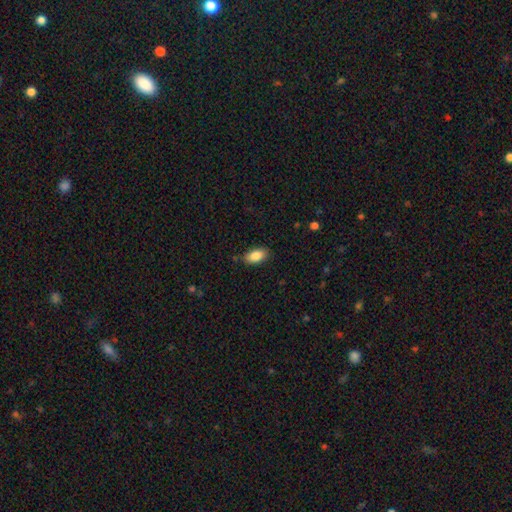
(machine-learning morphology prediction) Smooth or featured? Predicted: smooth (p=0.86). How rounded? Predicted: in between (p=0.92). Merging? Predicted: none (p=0.83).